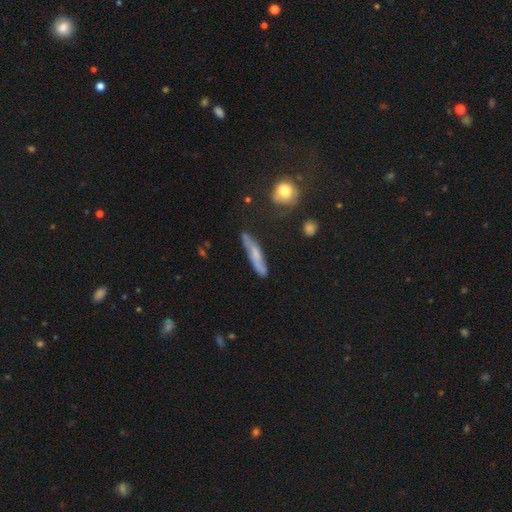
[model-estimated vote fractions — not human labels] This is possibly a smooth galaxy (47%). Merging: likely none (67%).